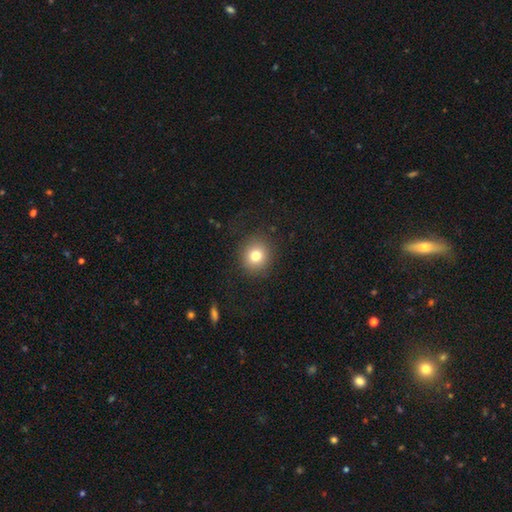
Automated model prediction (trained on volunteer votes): The model was most divided on "smooth or featured": smooth: 79%, star or artifact: 12%, featured or disk: 9%. More confident: merging — none (88%); how rounded — round (87%).